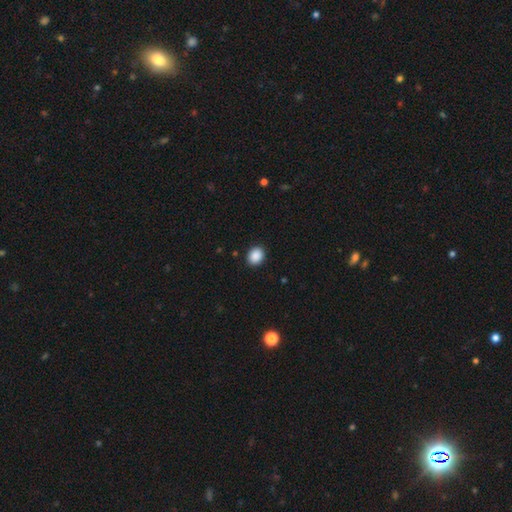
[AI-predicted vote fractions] smooth 89%, star or artifact 8%, featured or disk 2%. Down the decision tree: how rounded — round (55%); merging — none (91%).